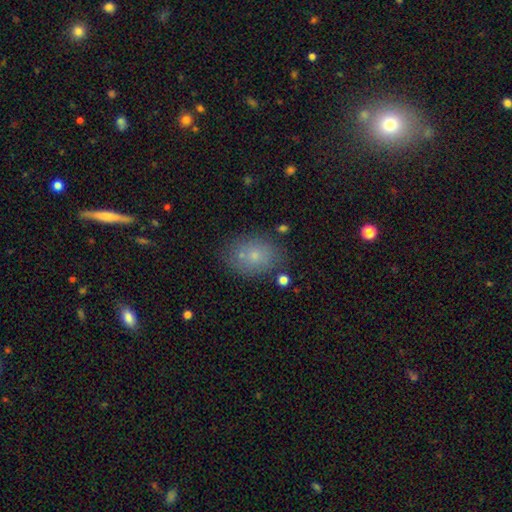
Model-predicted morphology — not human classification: Smooth or featured?
  - smooth: 72% *
  - featured or disk: 16%
  - star or artifact: 12%
How rounded?
  - in between: 62% *
  - round: 37%
  - cigar-shaped: 1%
Merging?
  - none: 72% *
  - minor disturbance: 15%
  - merger: 8%
  - major disturbance: 5%